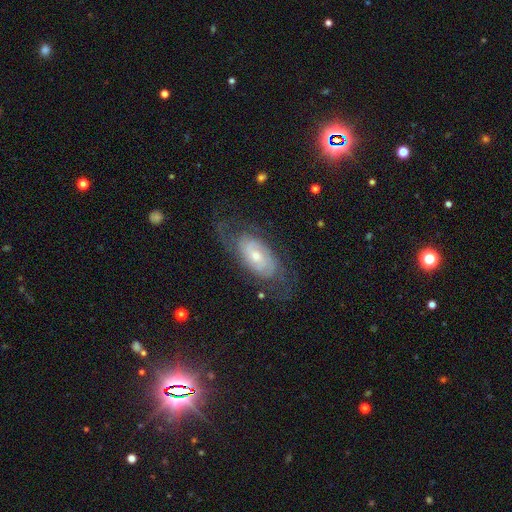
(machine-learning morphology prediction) Smooth or featured: featured or disk — 77% (smooth — 15%)
Edge-on disk: no — 93% (yes — 7%)
Bar: no — 70% (weak — 25%)
Spiral arms: yes — 89% (no — 11%)
Spiral winding: tight — 57% (medium — 31%)
Spiral arm count: 2 — 46% (can't tell — 37%)
Bulge size: small — 48% (moderate — 47%)
Merging: none — 67% (minor disturbance — 18%)